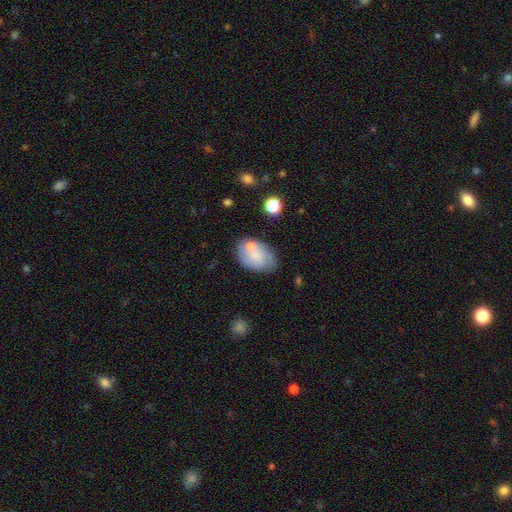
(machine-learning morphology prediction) Overall: smooth (66%; featured or disk 26%). How rounded: in between (83%). Merging: none (53%; minor disturbance 23%).